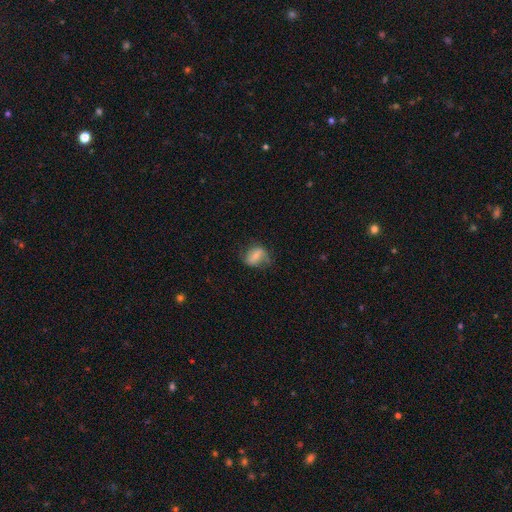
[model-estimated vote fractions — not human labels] Smooth or featured? Predicted: smooth (p=0.53). How rounded? Predicted: in between (p=0.70). Merging? Predicted: none (p=0.59).